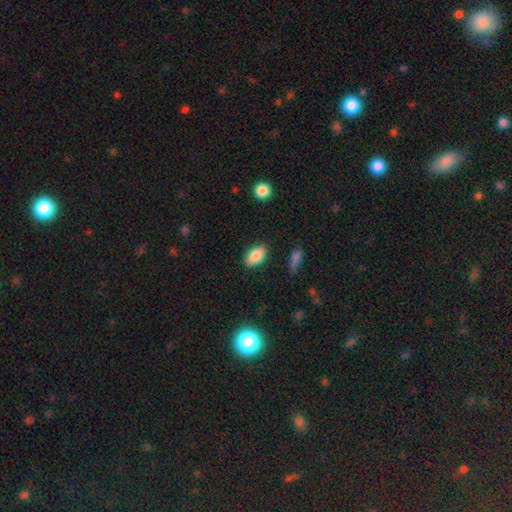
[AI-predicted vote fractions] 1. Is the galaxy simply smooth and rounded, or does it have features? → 84% smooth, 8% star or artifact, 8% featured or disk.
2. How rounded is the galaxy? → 91% in between, 5% round, 4% cigar-shaped.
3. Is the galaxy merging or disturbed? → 85% none, 11% minor disturbance, 3% major disturbance, 2% merger.